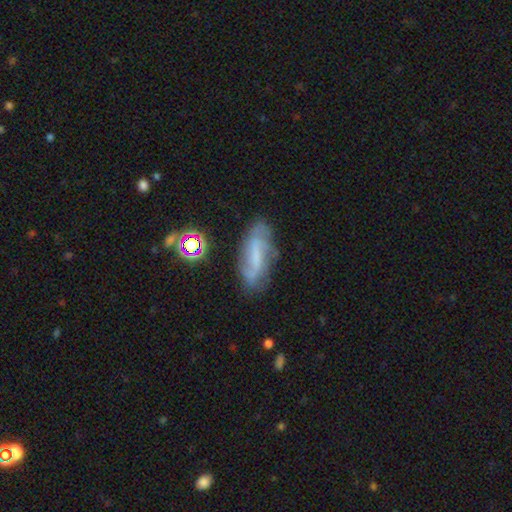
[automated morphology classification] featured or disk 58%, smooth 31%, star or artifact 11%. Down the decision tree: edge-on disk — no (87%); bar — weak (40%); spiral arms — yes (81%); bulge size — none (46%); merging — none (69%).